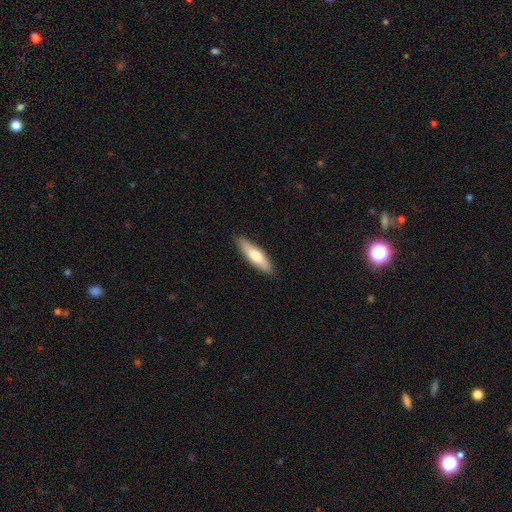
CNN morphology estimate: Smooth or featured?
  - smooth: 67% *
  - featured or disk: 28%
  - star or artifact: 5%
How rounded?
  - cigar-shaped: 69% *
  - in between: 30%
  - round: 2%
Merging?
  - none: 89% *
  - minor disturbance: 9%
  - major disturbance: 2%
  - merger: 1%